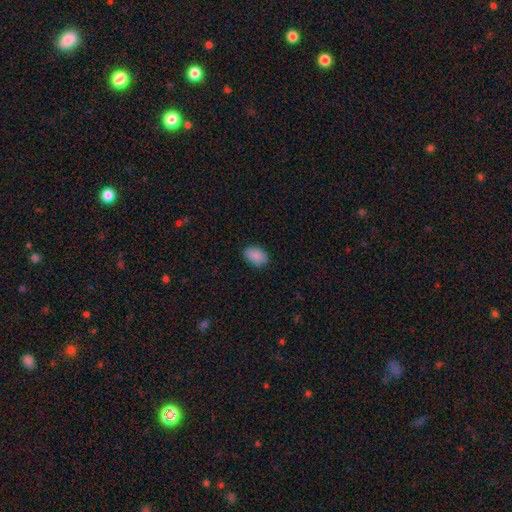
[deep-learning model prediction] The model was most divided on "merging": none: 85%, minor disturbance: 11%, major disturbance: 2%, merger: 1%. More confident: smooth or featured — smooth (89%); how rounded — in between (88%).